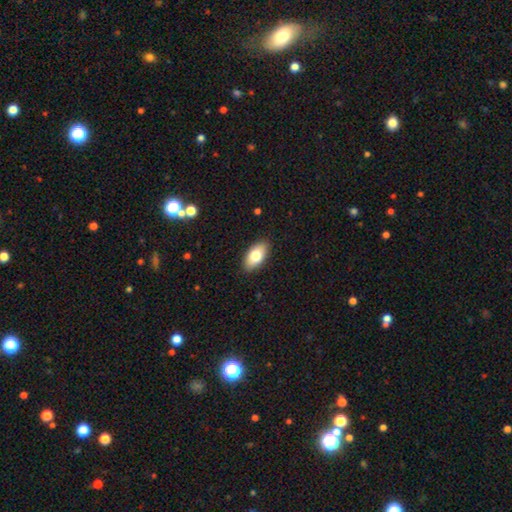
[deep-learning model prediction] smooth 77%, featured or disk 17%, star or artifact 7%. Down the decision tree: how rounded — in between (93%); merging — none (89%).